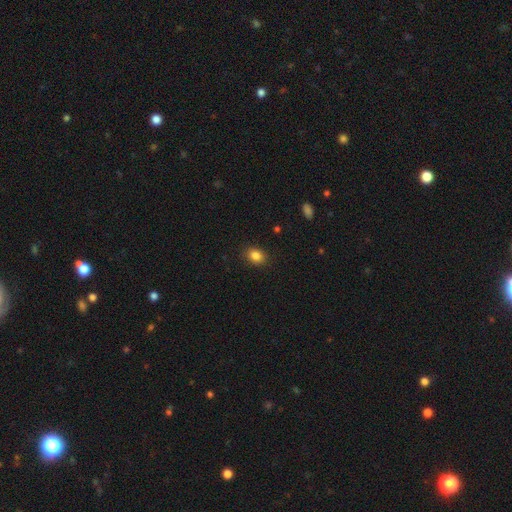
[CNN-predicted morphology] Q: Smooth or featured?
A: smooth (85%); runner-up: star or artifact (10%)
Q: How rounded?
A: in between (57%); runner-up: round (42%)
Q: Merging?
A: none (88%); runner-up: minor disturbance (9%)